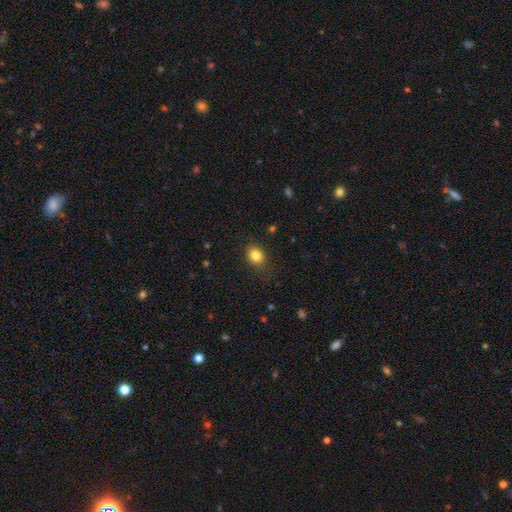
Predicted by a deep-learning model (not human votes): smooth-or-featured: smooth: 83% | star or artifact: 11% | featured or disk: 6%
  how-rounded: in between: 52% | round: 47% | cigar-shaped: 1%
  merging: none: 84% | minor disturbance: 12% | major disturbance: 3% | merger: 1%